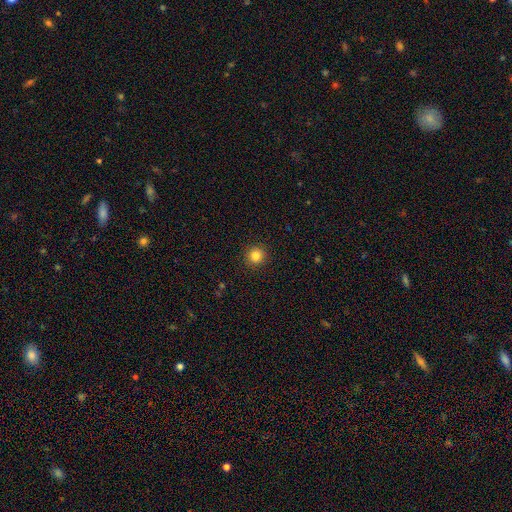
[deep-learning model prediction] Overall: smooth (83%). How rounded: round (95%). Merging: none (92%).